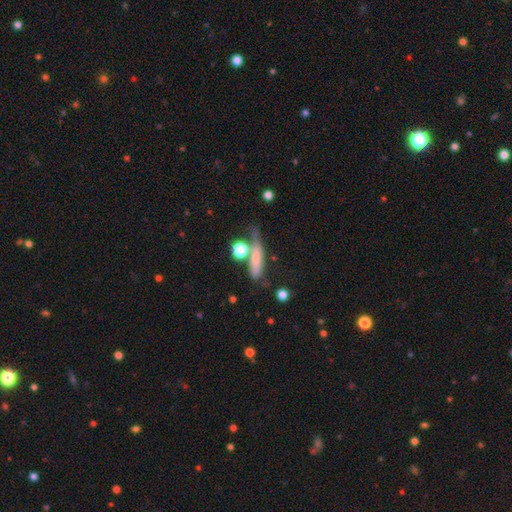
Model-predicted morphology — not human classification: Smooth or featured? Predicted: smooth (p=0.61). How rounded? Predicted: cigar-shaped (p=0.64). Merging? Predicted: none (p=0.41).